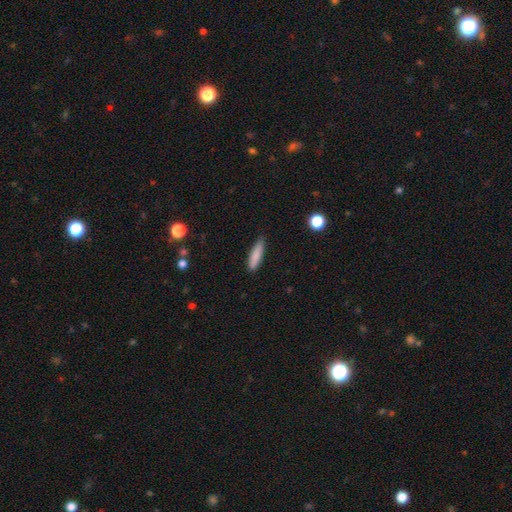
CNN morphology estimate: type=smooth (84%); roundness=cigar-shaped (76%); merging=none (82%).